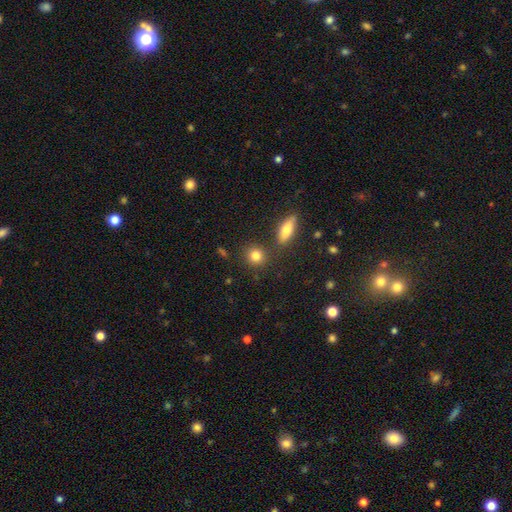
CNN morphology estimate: A smooth galaxy with no disk features (82%) that is round (81%).

Vote fractions:
- Smooth or featured? smooth: 82% / star or artifact: 10% / featured or disk: 8%
- How rounded? round: 81% / in between: 17% / cigar-shaped: 2%
- Merging? none: 80% / merger: 8% / minor disturbance: 8% / major disturbance: 3%